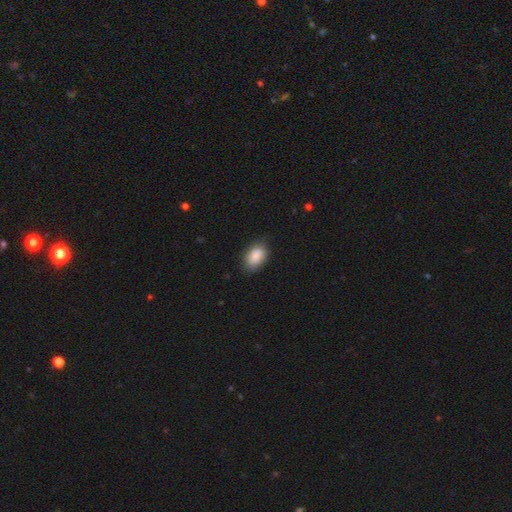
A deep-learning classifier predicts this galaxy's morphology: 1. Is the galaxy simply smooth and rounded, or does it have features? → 87% smooth, 7% star or artifact, 6% featured or disk.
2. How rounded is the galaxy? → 86% in between, 12% round, 1% cigar-shaped.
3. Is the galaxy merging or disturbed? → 79% none, 16% minor disturbance, 3% major disturbance, 1% merger.